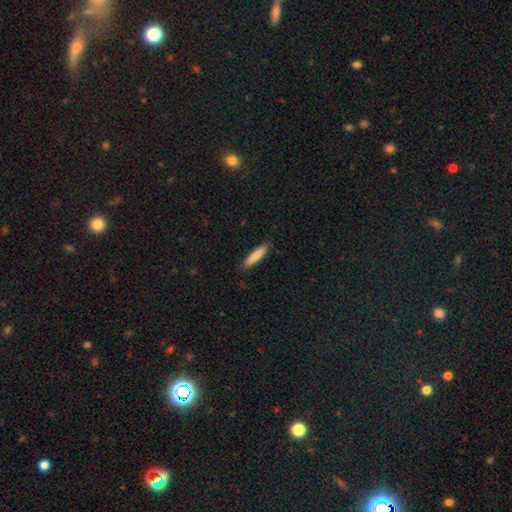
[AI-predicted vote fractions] Smooth or featured: smooth — 84% (featured or disk — 11%)
How rounded: cigar-shaped — 87% (in between — 12%)
Merging: none — 89% (minor disturbance — 8%)